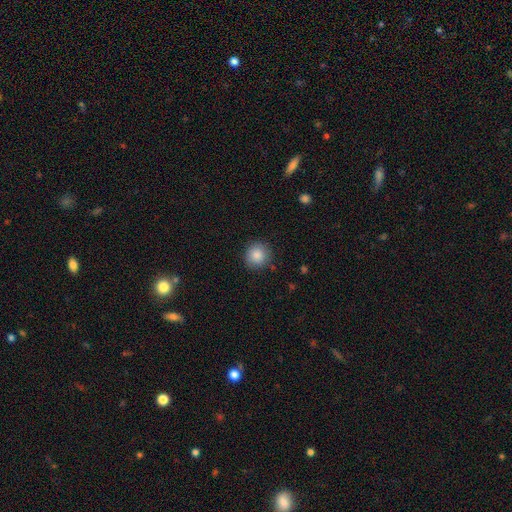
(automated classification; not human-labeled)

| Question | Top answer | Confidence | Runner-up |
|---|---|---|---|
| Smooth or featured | smooth | 86% | star or artifact (9%) |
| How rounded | round | 91% | in between (8%) |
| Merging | none | 88% | minor disturbance (8%) |